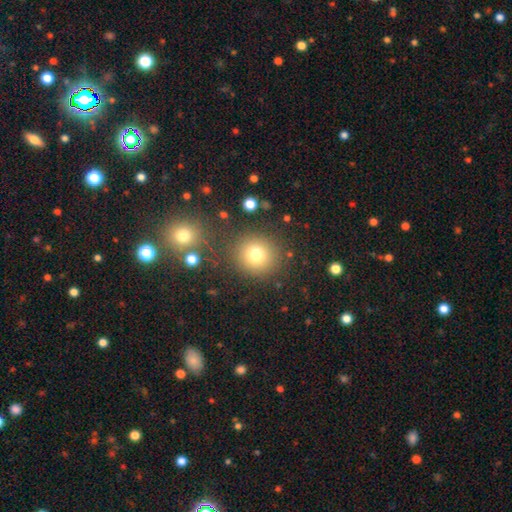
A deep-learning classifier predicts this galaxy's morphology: The model was most divided on "smooth or featured": smooth: 76%, star or artifact: 15%, featured or disk: 8%. More confident: how rounded — round (91%); merging — none (83%).